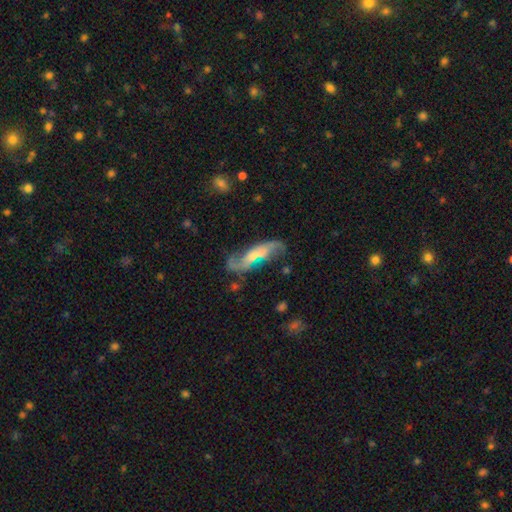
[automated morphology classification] A featured or disk galaxy (74%) with a weak bar (41%), 2 (88%) loose (69%) spiral arms (90%) and a small central bulge (40%).

Vote fractions:
- Smooth or featured? featured or disk: 74% / smooth: 19% / star or artifact: 6%
- Edge-on disk? no: 84% / yes: 16%
- Bar? weak: 41% / no: 35% / strong: 24%
- Spiral arms? yes: 90% / no: 10%
- Spiral winding? loose: 69% / medium: 24% / tight: 7%
- Spiral arm count? 2: 88% / can't tell: 6% / 1: 4% / 3: 1% / 4: 1% / more than 4: 1%
- Bulge size? small: 40% / moderate: 35% / none: 16% / large: 7% / dominant: 2%
- Merging? none: 58% / minor disturbance: 21% / major disturbance: 14% / merger: 6%